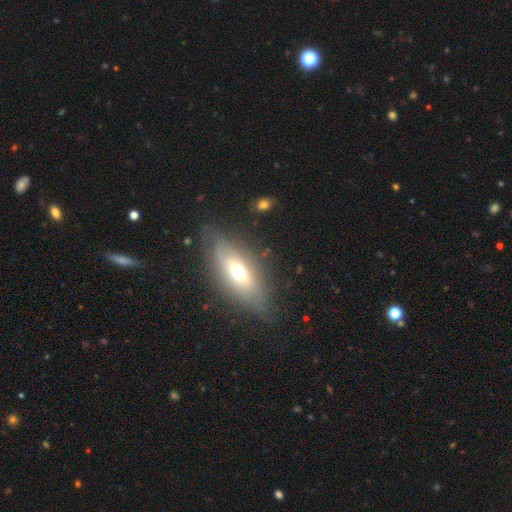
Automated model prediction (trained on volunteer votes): Smooth or featured? Predicted: featured or disk (p=0.51). Edge-on disk? Predicted: yes (p=0.64). Merging? Predicted: none (p=0.80).